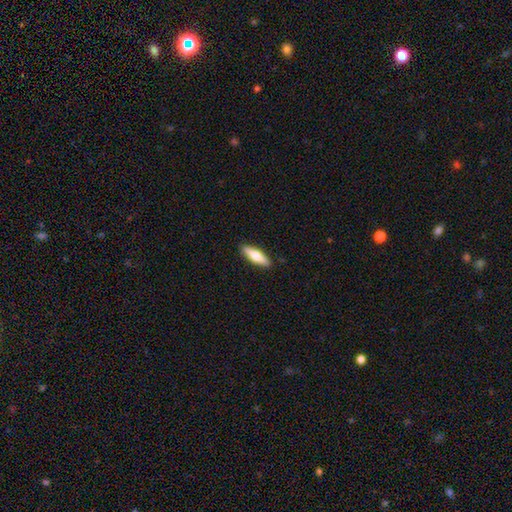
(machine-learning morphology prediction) Smooth or featured? smooth (65%)
How rounded? cigar-shaped (60%)
Merging? none (90%)